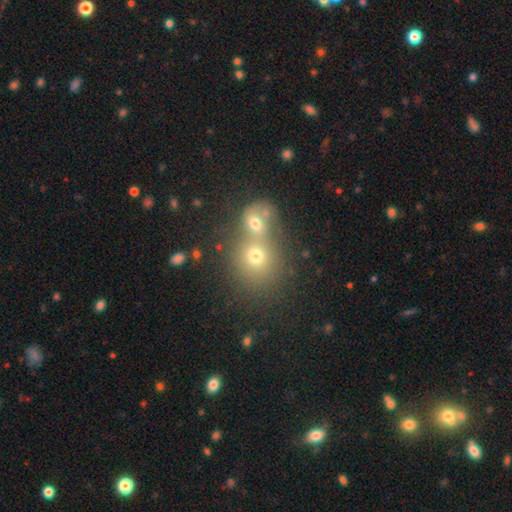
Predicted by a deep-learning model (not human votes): smooth-or-featured: smooth: 67% | featured or disk: 18% | star or artifact: 16%
  how-rounded: round: 76% | in between: 23% | cigar-shaped: 1%
  merging: merger: 56% | none: 34% | minor disturbance: 6% | major disturbance: 4%